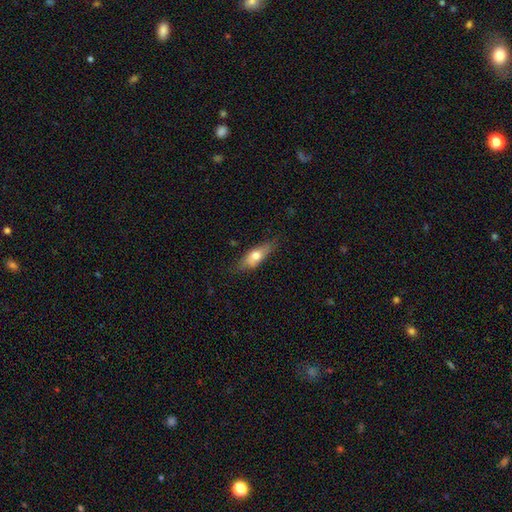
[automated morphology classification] This appears to be a smooth galaxy with no disk features (65%) that is in between round and cigar-shaped (64%). Merging: none (73%).